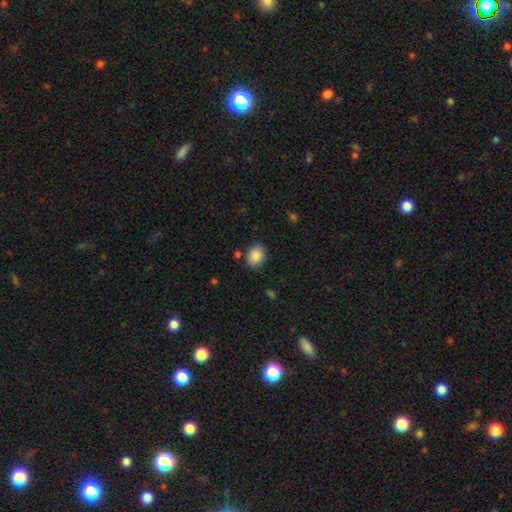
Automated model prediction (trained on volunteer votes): Smooth or featured?
  - smooth: 88% *
  - star or artifact: 8%
  - featured or disk: 4%
How rounded?
  - in between: 54% *
  - round: 45%
  - cigar-shaped: 1%
Merging?
  - none: 83% *
  - minor disturbance: 11%
  - merger: 3%
  - major disturbance: 3%